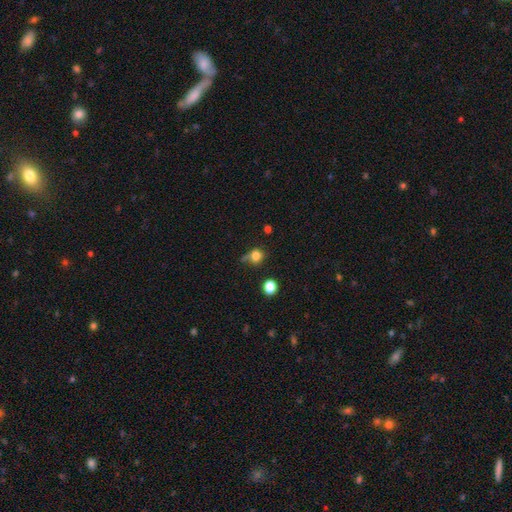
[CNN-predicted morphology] Smooth or featured: smooth — 79% (star or artifact — 13%)
How rounded: round — 78% (in between — 21%)
Merging: none — 51% (minor disturbance — 25%)